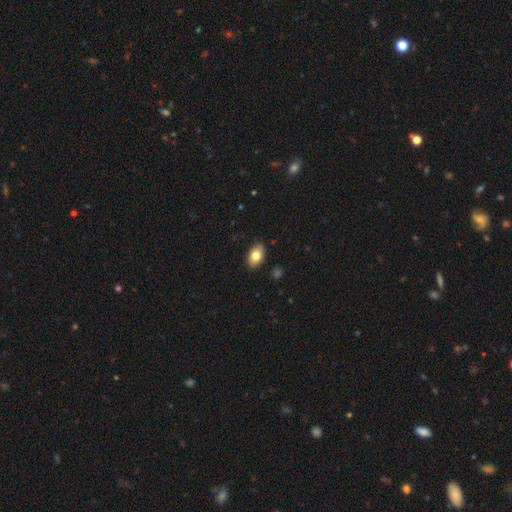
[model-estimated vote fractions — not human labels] Morphology: type=smooth (80%); roundness=in between (90%); merging=none (88%).